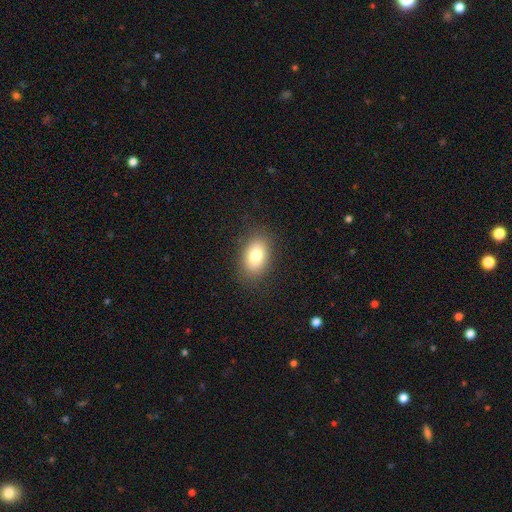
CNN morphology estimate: A smooth galaxy with no disk features (80%) that is in between round and cigar-shaped (86%).

Vote fractions:
- Smooth or featured? smooth: 80% / featured or disk: 11% / star or artifact: 9%
- How rounded? in between: 86% / round: 13% / cigar-shaped: 1%
- Merging? none: 86% / minor disturbance: 10% / major disturbance: 3% / merger: 1%